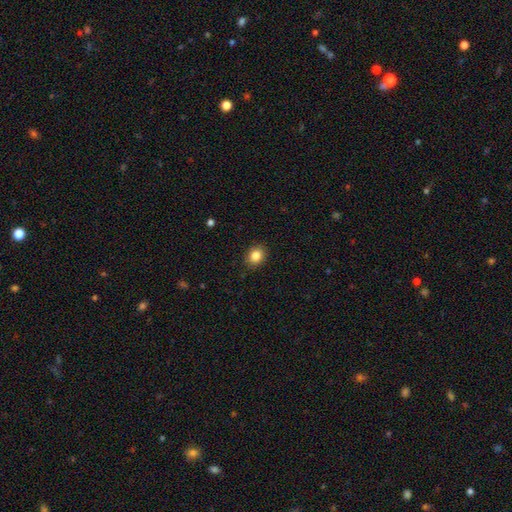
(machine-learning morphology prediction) This appears to be a smooth galaxy with no disk features (85%) that is round (52%). Merging: none (89%).